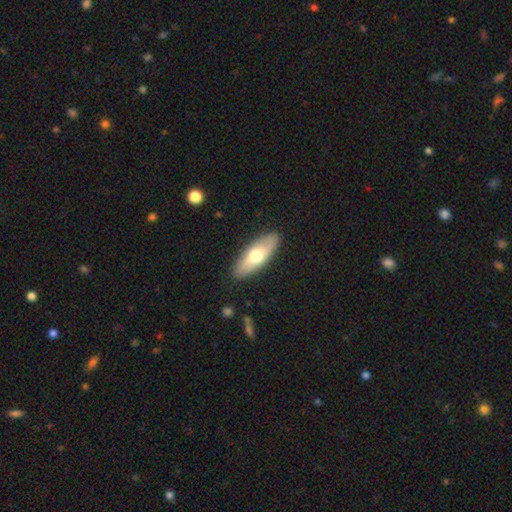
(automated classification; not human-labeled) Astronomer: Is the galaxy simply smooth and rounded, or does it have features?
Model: smooth — 65%.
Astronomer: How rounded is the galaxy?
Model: in between — 70%.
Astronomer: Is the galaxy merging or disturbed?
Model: none — 89%.